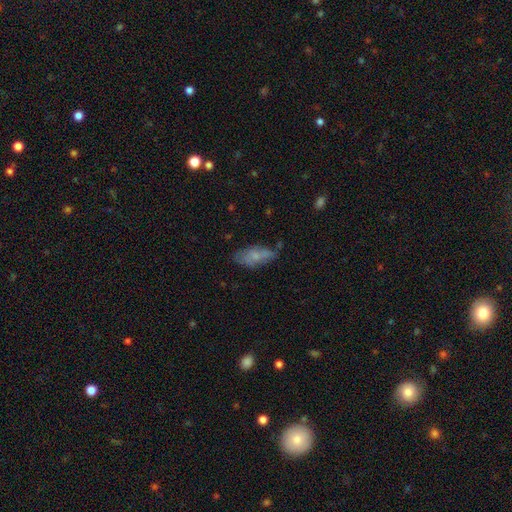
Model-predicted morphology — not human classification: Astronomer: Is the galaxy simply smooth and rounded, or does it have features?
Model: smooth — 63%.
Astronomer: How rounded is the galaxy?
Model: in between — 80%.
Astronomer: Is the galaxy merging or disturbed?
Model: none — 57%.